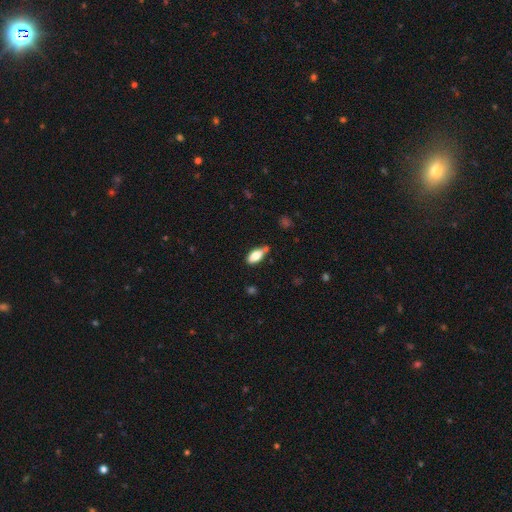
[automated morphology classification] Smooth or featured?
  - smooth: 81% *
  - featured or disk: 12%
  - star or artifact: 7%
How rounded?
  - in between: 88% *
  - cigar-shaped: 9%
  - round: 3%
Merging?
  - none: 67% *
  - minor disturbance: 21%
  - merger: 7%
  - major disturbance: 4%